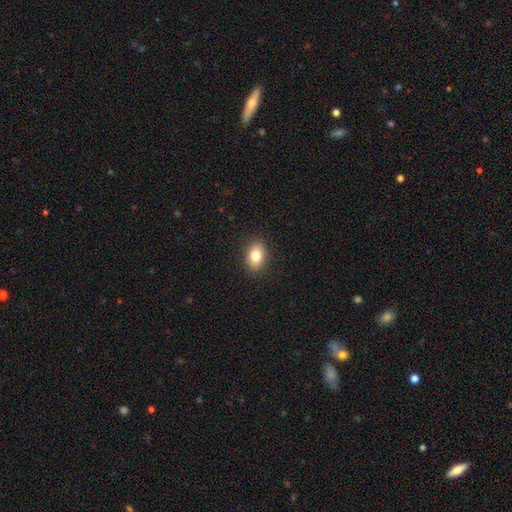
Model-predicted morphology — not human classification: Smooth or featured? Predicted: smooth (p=0.82). How rounded? Predicted: in between (p=0.80). Merging? Predicted: none (p=0.89).